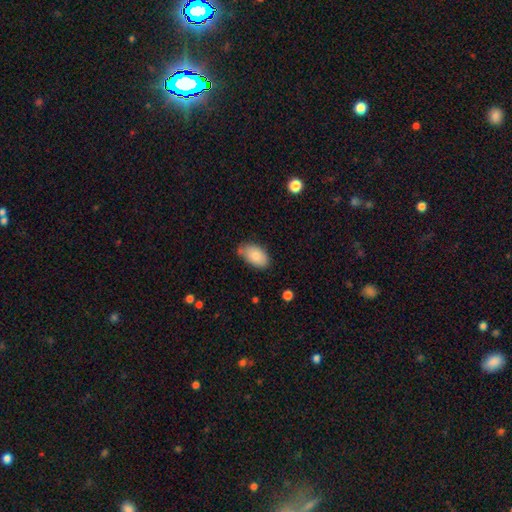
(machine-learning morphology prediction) Smooth or featured?
  - smooth: 85% *
  - featured or disk: 9%
  - star or artifact: 7%
How rounded?
  - in between: 93% *
  - round: 5%
  - cigar-shaped: 1%
Merging?
  - none: 66% *
  - minor disturbance: 25%
  - merger: 5%
  - major disturbance: 4%